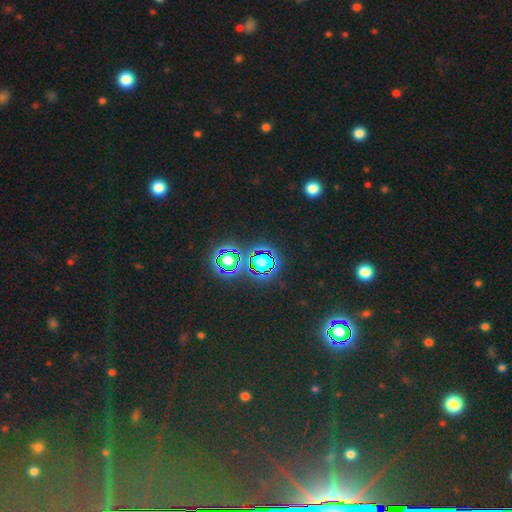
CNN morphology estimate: This appears to be a star or artifact, not a galaxy (81%).